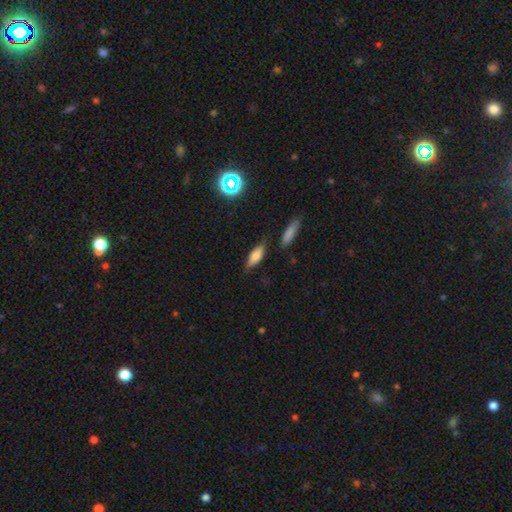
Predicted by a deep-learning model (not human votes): A smooth galaxy with no disk features (70%) that is in between round and cigar-shaped (70%).

Vote fractions:
- Smooth or featured? smooth: 70% / featured or disk: 21% / star or artifact: 9%
- How rounded? in between: 70% / cigar-shaped: 26% / round: 3%
- Merging? none: 72% / minor disturbance: 18% / merger: 6% / major disturbance: 4%